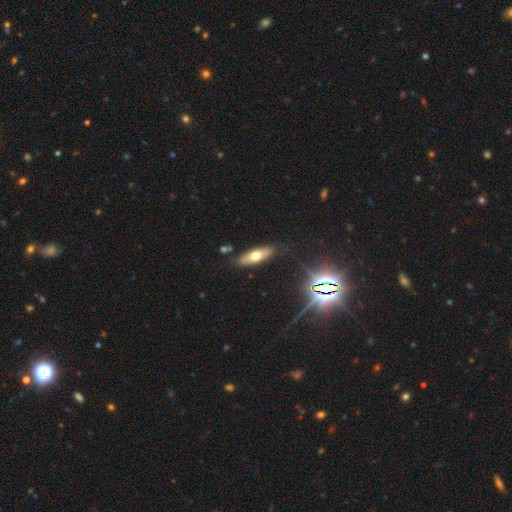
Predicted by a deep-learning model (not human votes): This appears to be a smooth galaxy with no disk features (58%) that is in between round and cigar-shaped (59%). Merging: none (83%).